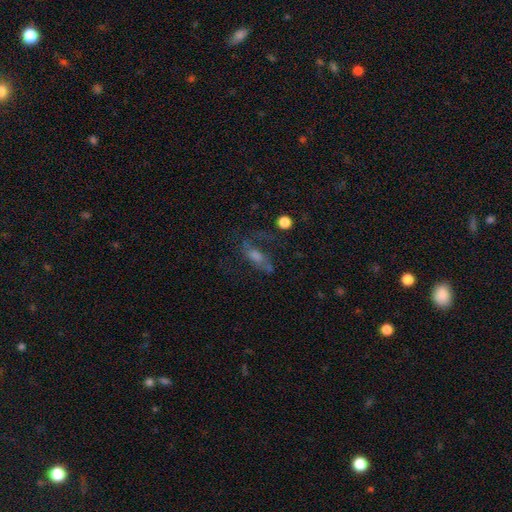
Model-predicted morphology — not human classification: Smooth or featured: featured or disk — 52% (smooth — 27%)
Edge-on disk: no — 82% (yes — 18%)
Merging: none — 48% (major disturbance — 28%)